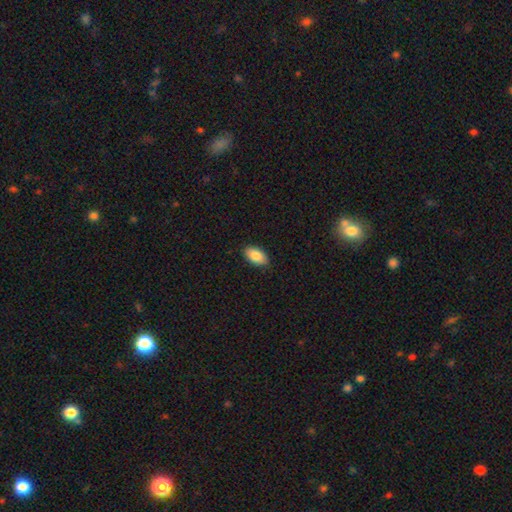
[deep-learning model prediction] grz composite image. It shows a smooth galaxy with no disk features (86%) that is in between round and cigar-shaped (95%). Merging: none (88%).